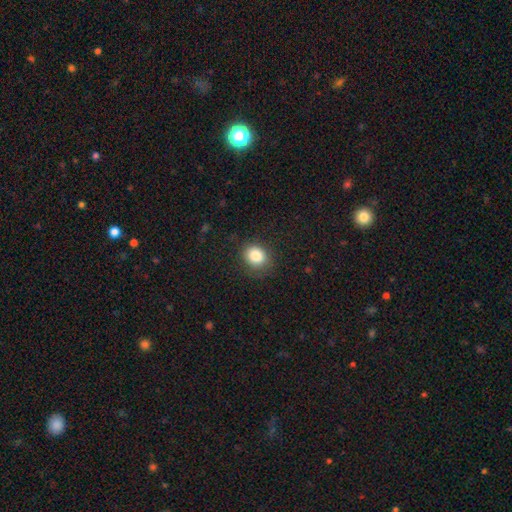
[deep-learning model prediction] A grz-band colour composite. It shows a smooth galaxy with no disk features (85%) that is round (66%). Merging: none (83%).